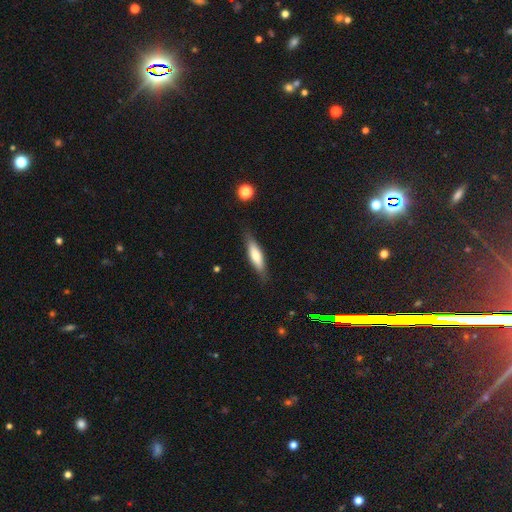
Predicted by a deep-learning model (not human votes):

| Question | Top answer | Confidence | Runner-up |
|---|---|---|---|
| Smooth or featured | smooth | 65% | featured or disk (29%) |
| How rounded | cigar-shaped | 66% | in between (33%) |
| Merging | none | 82% | minor disturbance (13%) |